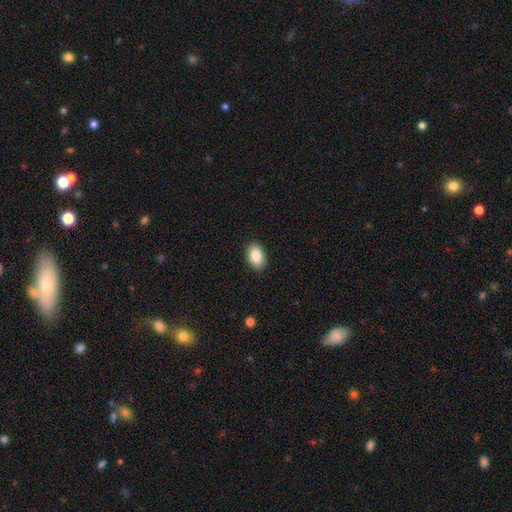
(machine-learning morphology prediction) Smooth or featured? Predicted: smooth (p=0.87). How rounded? Predicted: in between (p=0.90). Merging? Predicted: none (p=0.90).